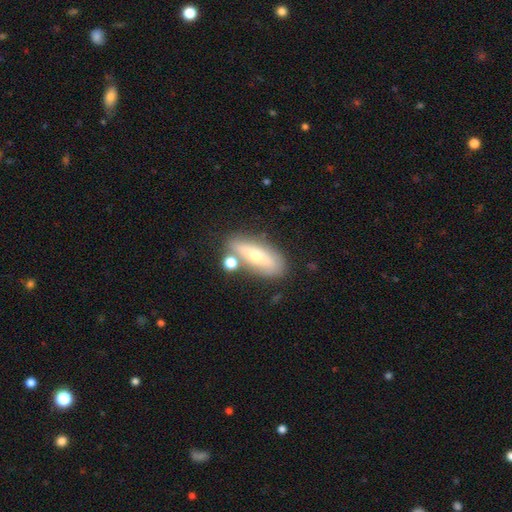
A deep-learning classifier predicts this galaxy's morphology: A smooth galaxy with no disk features (52%) that is in between round and cigar-shaped (65%).

Vote fractions:
- Smooth or featured? smooth: 52% / featured or disk: 40% / star or artifact: 8%
- How rounded? in between: 65% / cigar-shaped: 30% / round: 4%
- Merging? none: 68% / minor disturbance: 14% / merger: 13% / major disturbance: 5%